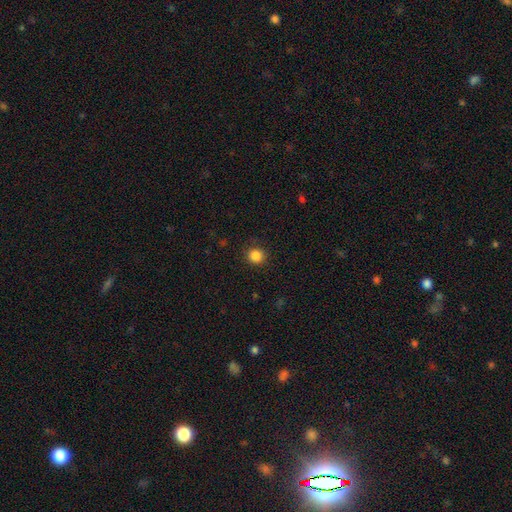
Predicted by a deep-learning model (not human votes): Smooth or featured? Predicted: smooth (p=0.85). How rounded? Predicted: round (p=0.91). Merging? Predicted: none (p=0.89).